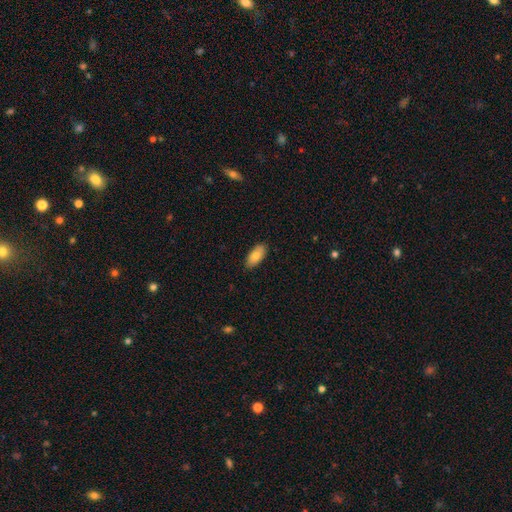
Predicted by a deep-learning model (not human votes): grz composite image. It shows a smooth galaxy with no disk features (78%) that is in between round and cigar-shaped (91%). Merging: none (87%).